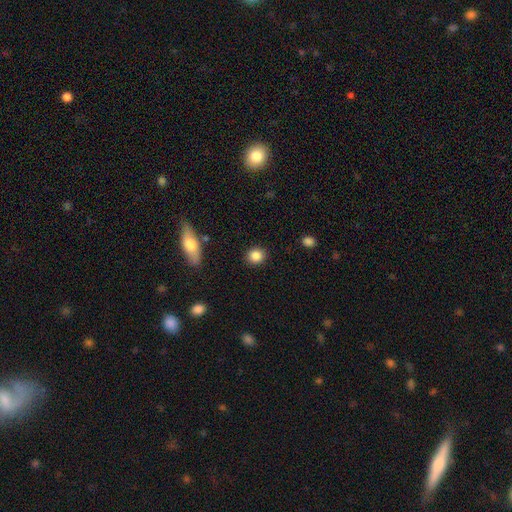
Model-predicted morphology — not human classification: This appears to be a smooth galaxy with no disk features (86%) that is round (81%). Merging: none (90%).